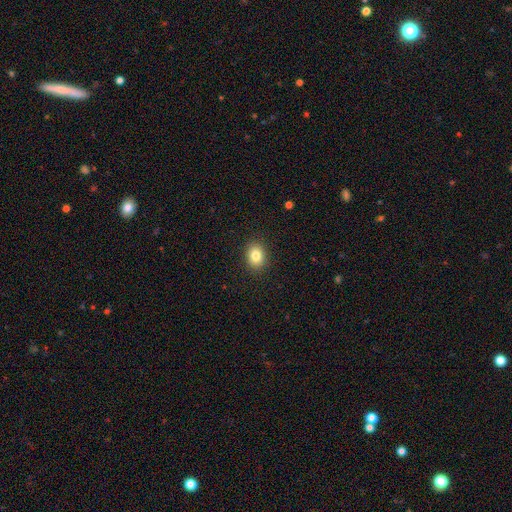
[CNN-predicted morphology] Q: Smooth or featured?
A: smooth (83%); runner-up: star or artifact (10%)
Q: How rounded?
A: in between (58%); runner-up: round (41%)
Q: Merging?
A: none (90%); runner-up: minor disturbance (7%)